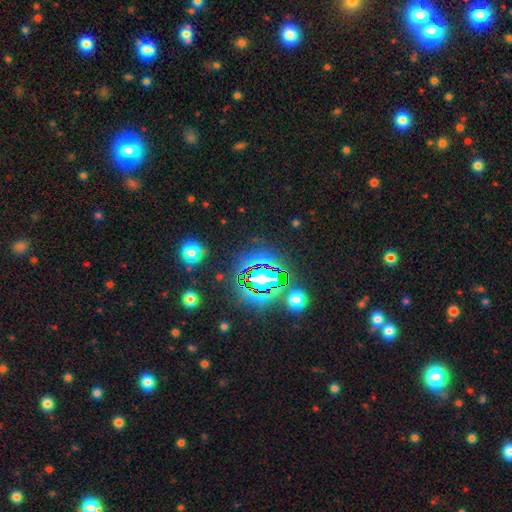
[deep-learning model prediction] smooth_or_featured: star or artifact (p=0.75) [alt: smooth p=0.15]